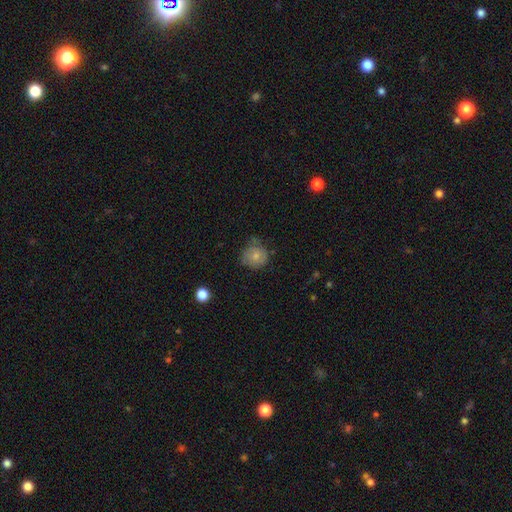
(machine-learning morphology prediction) A smooth galaxy with no disk features (74%) that is round (86%). Merging: none (61%).